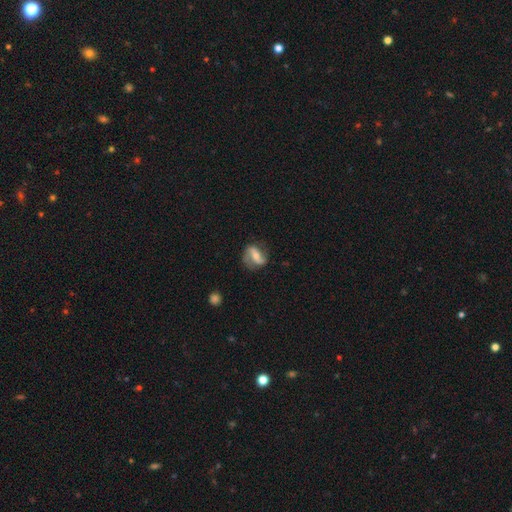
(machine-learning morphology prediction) The model was most divided on "bulge size": moderate: 51%, small: 41%, large: 4%, none: 3%, dominant: 1%. Remaining: edge-on disk — no (94%); spiral arm count — 2 (87%); spiral arms — yes (86%); merging — none (70%); smooth or featured — featured or disk (70%); spiral winding — loose (51%); bar — strong (49%).